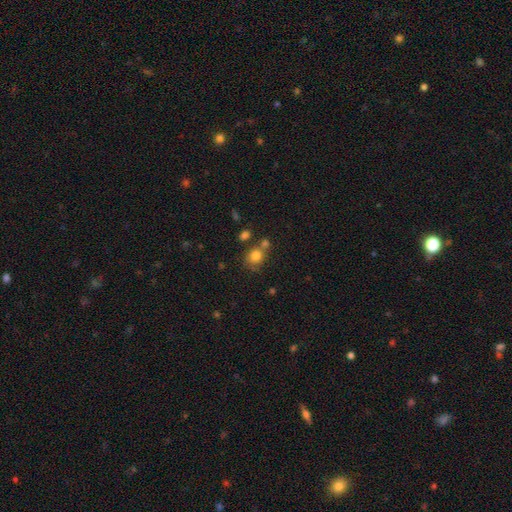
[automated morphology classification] smooth-or-featured: smooth: 80% | star or artifact: 12% | featured or disk: 8%
  how-rounded: round: 73% | in between: 26% | cigar-shaped: 1%
  merging: none: 56% | merger: 25% | minor disturbance: 13% | major disturbance: 5%